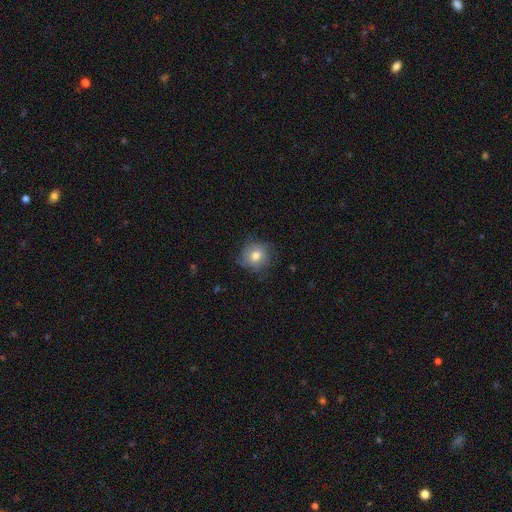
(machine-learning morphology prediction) A smooth galaxy with no disk features (76%) that is round (89%).

Vote fractions:
- Smooth or featured? smooth: 76% / featured or disk: 14% / star or artifact: 10%
- How rounded? round: 89% / in between: 10% / cigar-shaped: 1%
- Merging? none: 75% / minor disturbance: 19% / major disturbance: 5% / merger: 1%